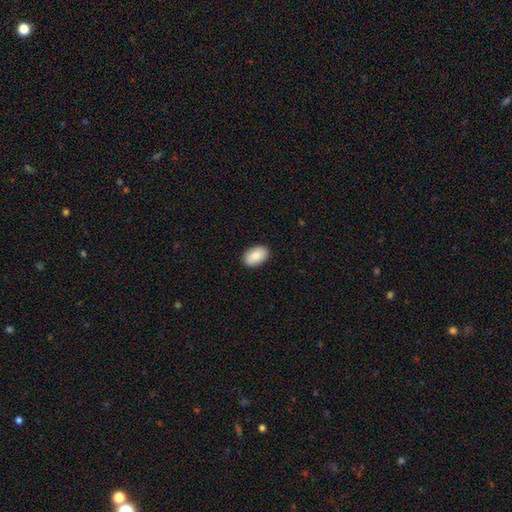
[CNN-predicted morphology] type=smooth (87%); roundness=in between (92%); merging=none (89%).